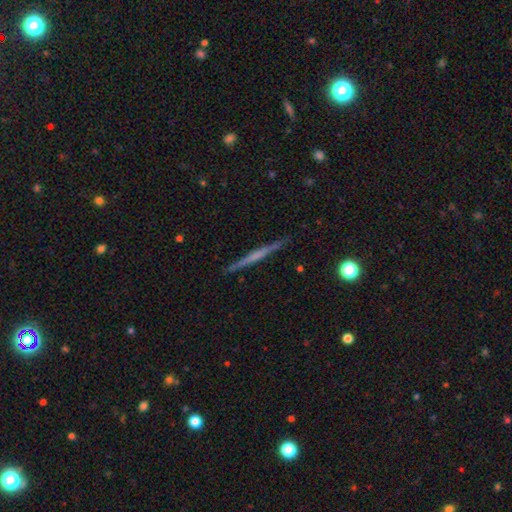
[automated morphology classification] A featured or disk galaxy (63%) viewed edge-on (98%) with no central bulge (68%).

Vote fractions:
- Smooth or featured? featured or disk: 63% / smooth: 30% / star or artifact: 6%
- Edge-on disk? yes: 98% / no: 2%
- Edge-on bulge? none: 68% / rounded: 21% / boxy: 11%
- Merging? none: 91% / minor disturbance: 6% / major disturbance: 1% / merger: 1%